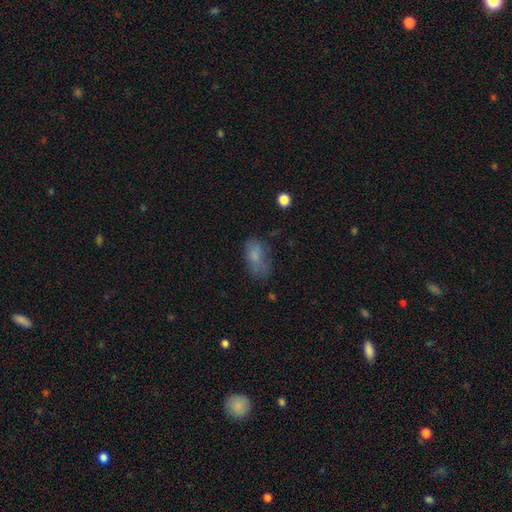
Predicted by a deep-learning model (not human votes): This appears to be a smooth galaxy with no disk features (76%) that is in between round and cigar-shaped (90%). Merging: none (51%).